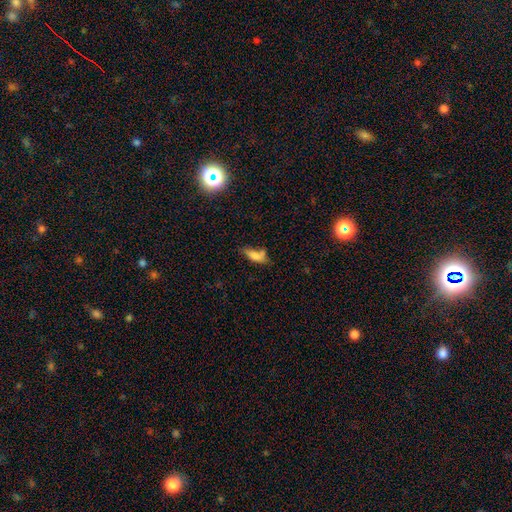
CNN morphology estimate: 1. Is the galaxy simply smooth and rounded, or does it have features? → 72% smooth, 17% featured or disk, 11% star or artifact.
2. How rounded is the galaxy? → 64% in between, 33% cigar-shaped, 3% round.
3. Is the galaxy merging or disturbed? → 43% none, 25% minor disturbance, 21% merger, 11% major disturbance.